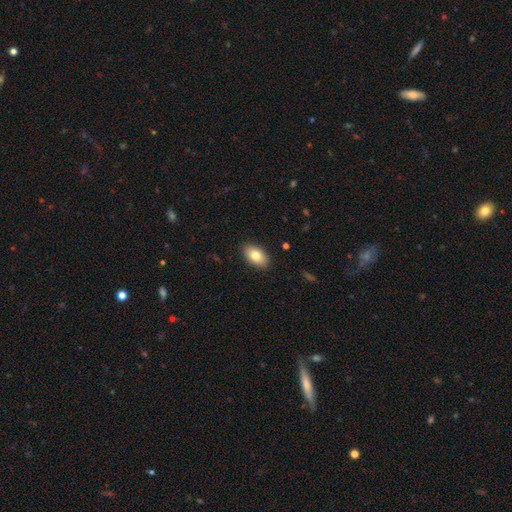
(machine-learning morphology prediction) Smooth or featured?
  - smooth: 80% *
  - featured or disk: 13%
  - star or artifact: 7%
How rounded?
  - in between: 92% *
  - round: 6%
  - cigar-shaped: 2%
Merging?
  - none: 90% *
  - minor disturbance: 8%
  - major disturbance: 2%
  - merger: 1%